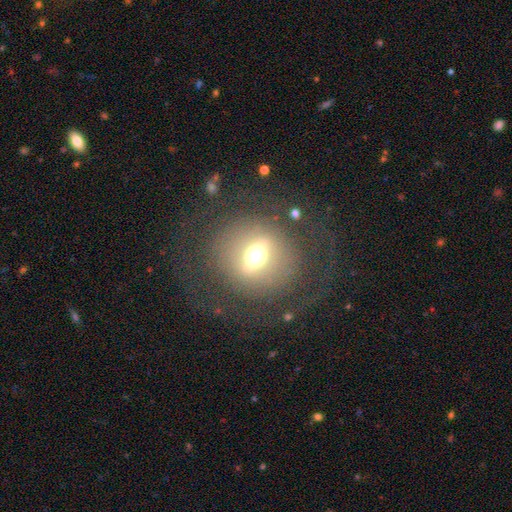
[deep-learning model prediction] This appears to be a smooth galaxy with no disk features (46%). Merging: none (75%).